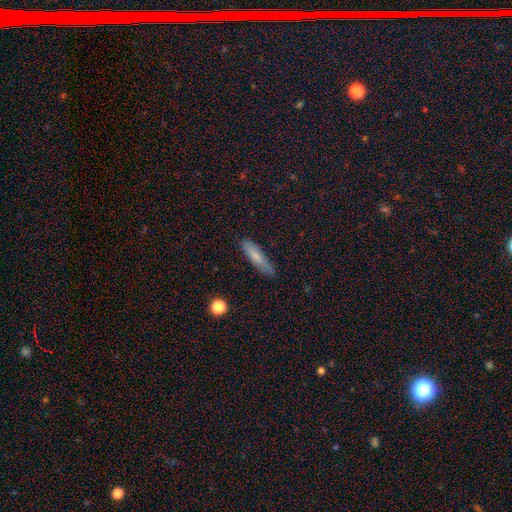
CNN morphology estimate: A smooth galaxy with no disk features (75%) that is cigar-shaped (78%). Merging: none (82%).